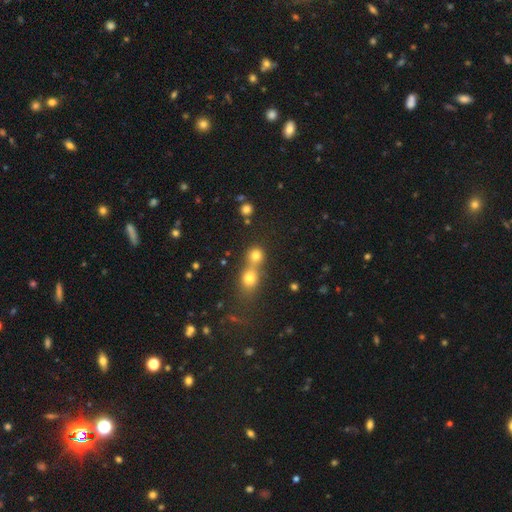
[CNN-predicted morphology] smooth-or-featured: smooth: 77% | star or artifact: 15% | featured or disk: 8%
  how-rounded: round: 84% | in between: 15% | cigar-shaped: 1%
  merging: merger: 51% | none: 40% | minor disturbance: 6% | major disturbance: 3%